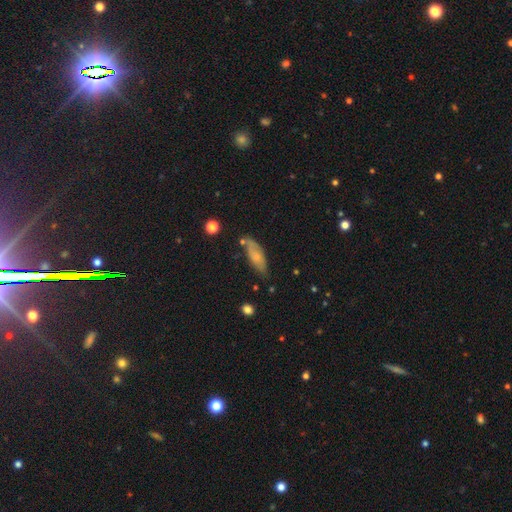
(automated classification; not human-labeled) This appears to be a smooth galaxy with no disk features (64%) that is in between round and cigar-shaped (64%). Merging: none (63%).